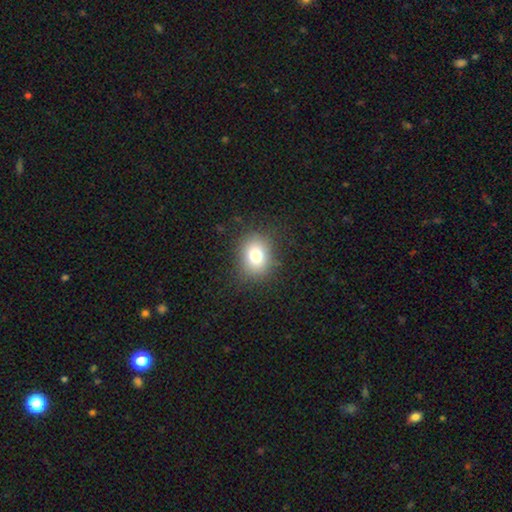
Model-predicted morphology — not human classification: Overall: smooth (76%). How rounded: round (57%; in between 42%). Merging: none (84%).